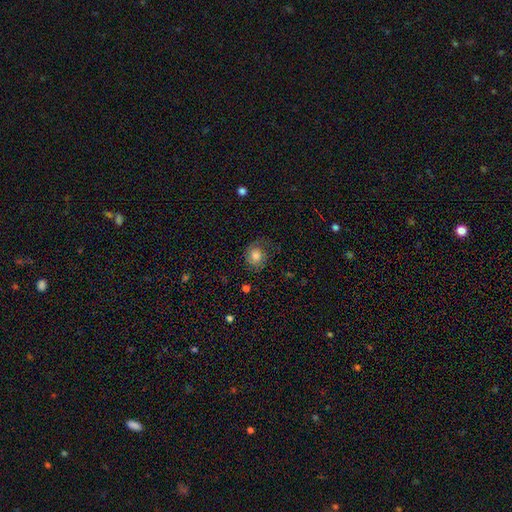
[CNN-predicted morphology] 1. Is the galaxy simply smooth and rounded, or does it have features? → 71% smooth, 19% featured or disk, 9% star or artifact.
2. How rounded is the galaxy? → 77% round, 22% in between, 1% cigar-shaped.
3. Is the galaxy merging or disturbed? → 63% none, 23% minor disturbance, 13% major disturbance, 1% merger.